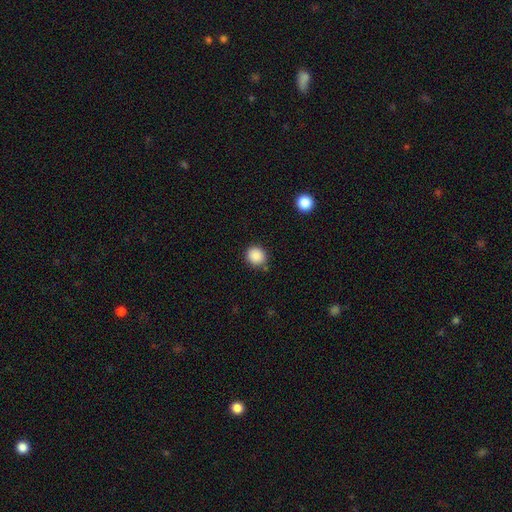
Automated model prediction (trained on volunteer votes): smooth 88%, star or artifact 9%, featured or disk 3%. Down the decision tree: how rounded — round (85%); merging — none (83%).